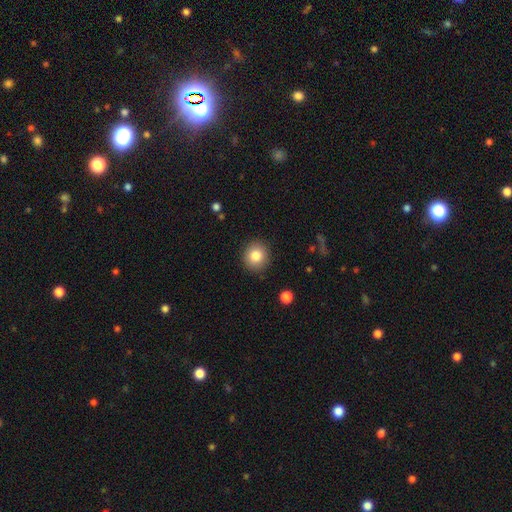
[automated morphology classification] This is clearly a smooth galaxy (83%). How rounded: clearly round (88%). Merging: clearly none (90%).